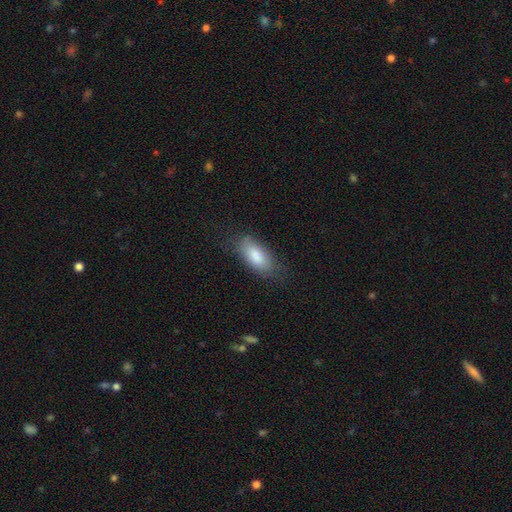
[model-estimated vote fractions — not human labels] Overall: smooth (83%). How rounded: in between (85%). Merging: none (75%).